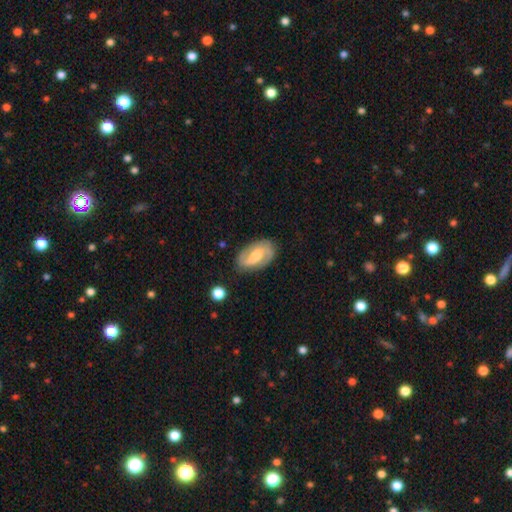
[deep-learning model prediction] smooth-or-featured: featured or disk: 76% | smooth: 19% | star or artifact: 5%
  disk-edge-on: no: 96% | yes: 4%
    bar: weak: 49% | strong: 30% | no: 21%
    has-spiral-arms: yes: 91% | no: 9%
      spiral-winding: medium: 47% | loose: 30% | tight: 23%
      spiral-arm-count: 2: 88% | can't tell: 6% | 1: 3% | 3: 1% | 4: 1% | more than 4: 1%
    bulge-size: moderate: 58% | small: 27% | large: 11% | none: 4% | dominant: 1%
  merging: none: 81% | minor disturbance: 14% | major disturbance: 4% | merger: 2%